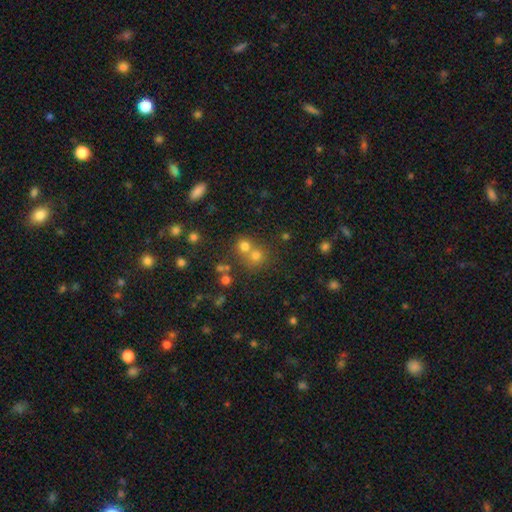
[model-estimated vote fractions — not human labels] smooth_or_featured: smooth (p=0.69) [alt: star or artifact p=0.20]
how_rounded: round (p=0.86) [alt: in between p=0.13]
merging: none (p=0.48) [alt: merger p=0.44]